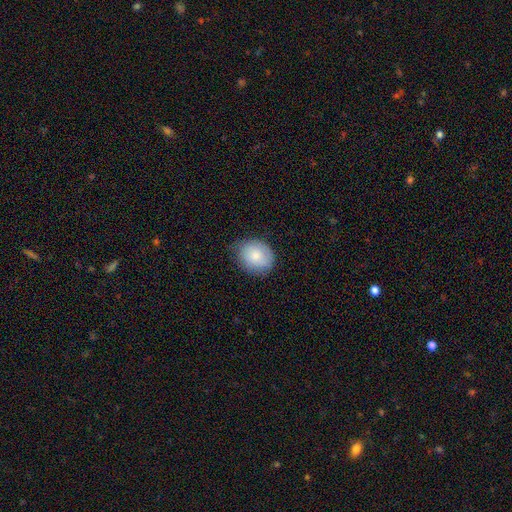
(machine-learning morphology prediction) smooth 78%, featured or disk 15%, star or artifact 7%. Down the decision tree: how rounded — round (64%); merging — none (71%).